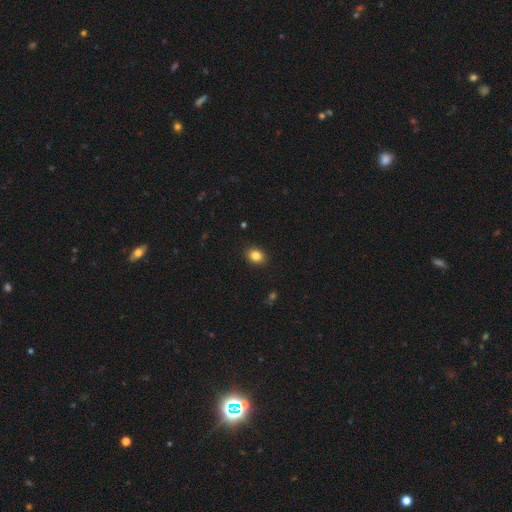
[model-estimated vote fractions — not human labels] smooth_or_featured: smooth (p=0.85) [alt: star or artifact p=0.10]
how_rounded: in between (p=0.57) [alt: round p=0.42]
merging: none (p=0.90) [alt: minor disturbance p=0.07]